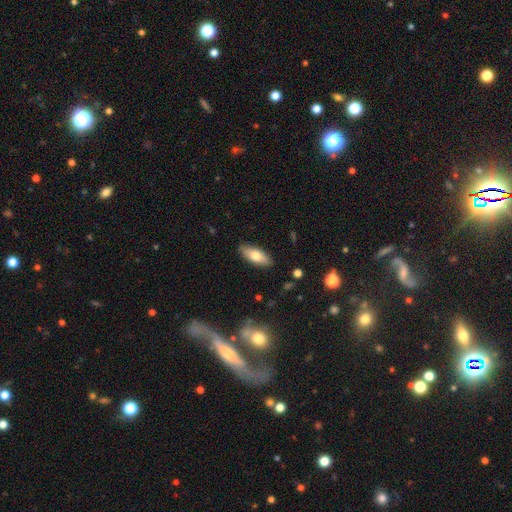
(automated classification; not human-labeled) This appears to be a smooth galaxy with no disk features (71%) that is in between round and cigar-shaped (76%). Merging: none (88%).